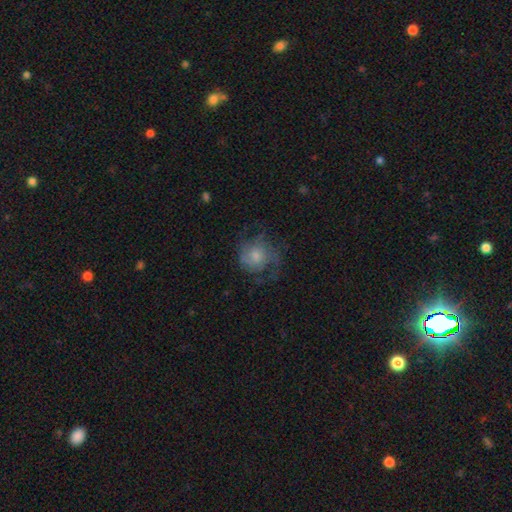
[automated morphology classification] The model was most divided on "bulge size": moderate: 47%, small: 36%, large: 10%, none: 6%, dominant: 2%. More confident: edge-on disk — no (97%); spiral arms — yes (84%); bar — no (77%); merging — none (58%); smooth or featured — featured or disk (58%).